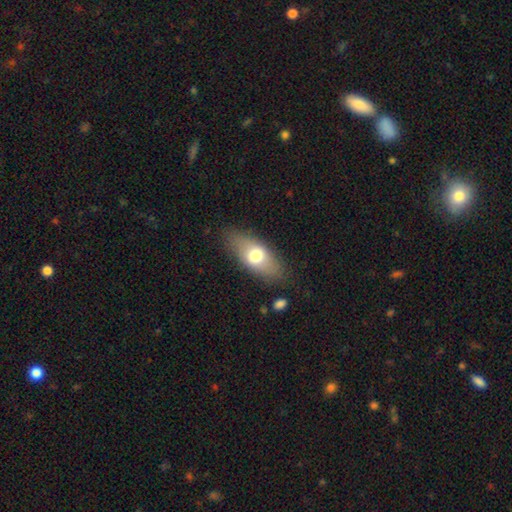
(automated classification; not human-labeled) Morphology: type=smooth (68%); roundness=in between (82%); merging=none (81%).